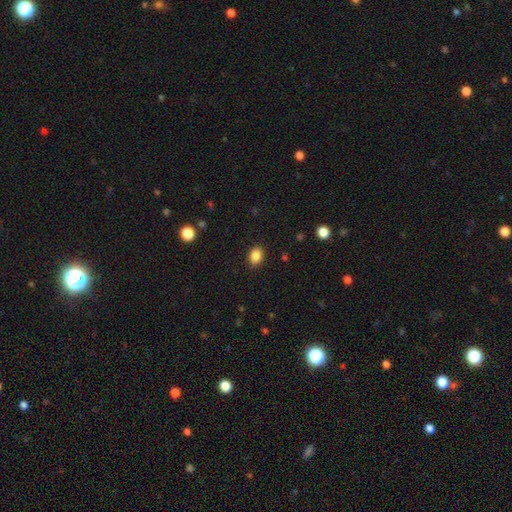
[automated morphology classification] Smooth or featured: smooth — 87% (star or artifact — 10%)
How rounded: in between — 63% (round — 36%)
Merging: none — 89% (minor disturbance — 8%)